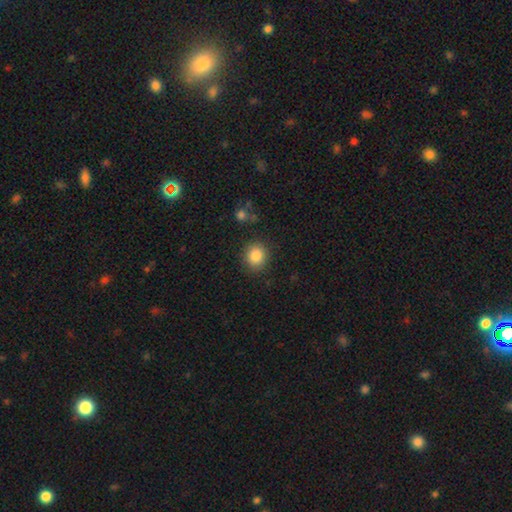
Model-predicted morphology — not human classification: Overall: smooth (85%). How rounded: round (79%). Merging: none (87%).